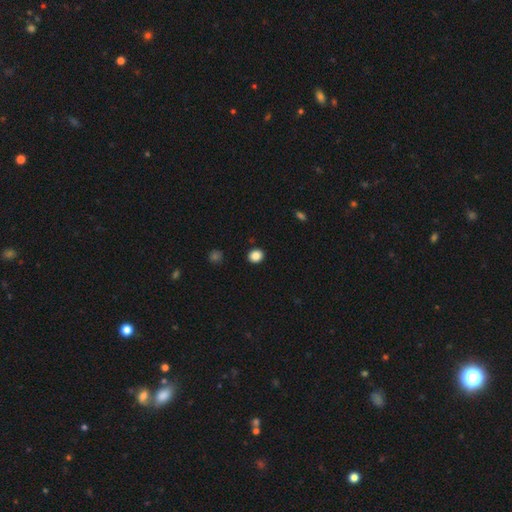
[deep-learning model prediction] smooth_or_featured: smooth (p=0.86) [alt: star or artifact p=0.10]
how_rounded: round (p=0.73) [alt: in between p=0.27]
merging: none (p=0.91) [alt: minor disturbance p=0.06]